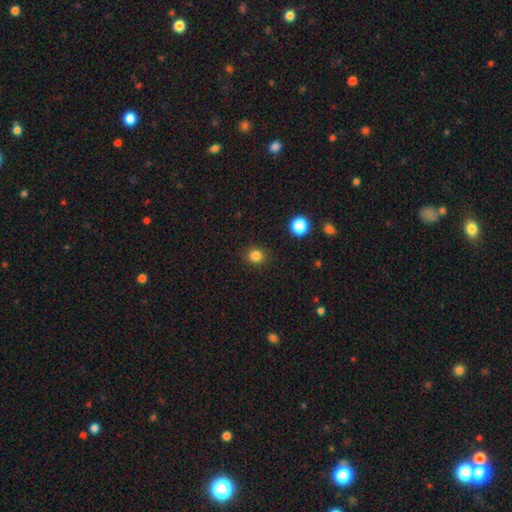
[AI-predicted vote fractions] smooth_or_featured: smooth (p=0.83) [alt: star or artifact p=0.13]
how_rounded: round (p=0.83) [alt: in between p=0.16]
merging: none (p=0.89) [alt: minor disturbance p=0.07]